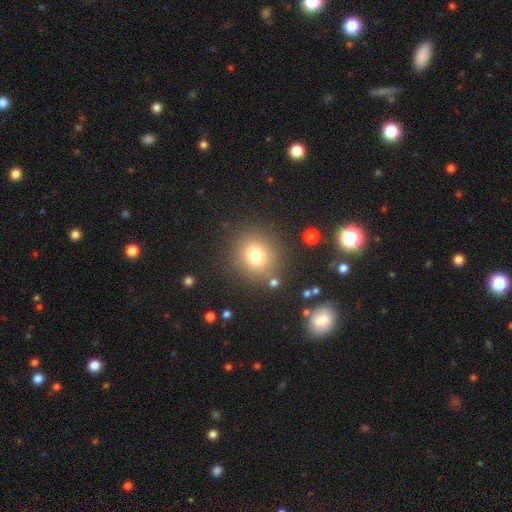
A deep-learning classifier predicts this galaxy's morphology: This is likely a smooth galaxy (76%). How rounded: clearly round (89%). Merging: clearly none (85%).